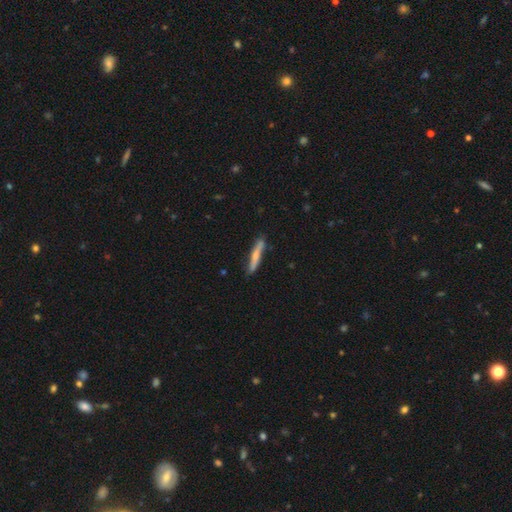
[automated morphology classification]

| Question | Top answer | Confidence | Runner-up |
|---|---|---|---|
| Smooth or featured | smooth | 58% | featured or disk (37%) |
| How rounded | cigar-shaped | 94% | in between (5%) |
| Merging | none | 81% | minor disturbance (15%) |